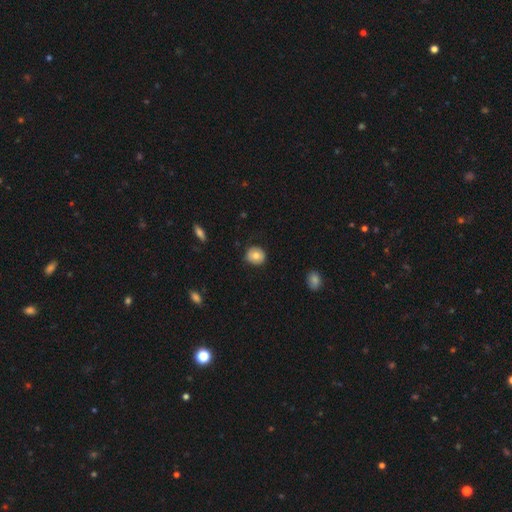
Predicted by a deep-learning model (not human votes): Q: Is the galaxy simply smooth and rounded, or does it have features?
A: smooth — 74%.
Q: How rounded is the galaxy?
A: round — 83%.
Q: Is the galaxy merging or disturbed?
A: none — 81%.